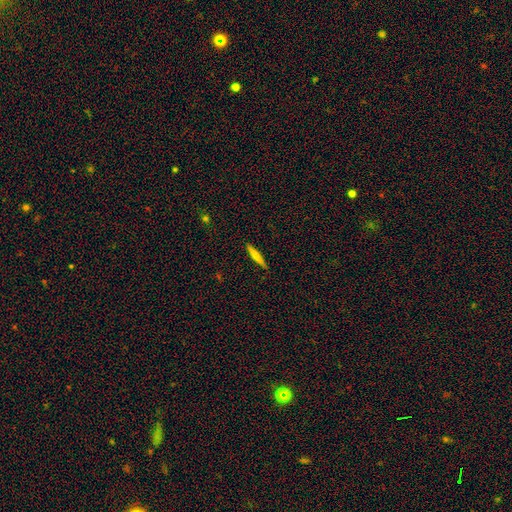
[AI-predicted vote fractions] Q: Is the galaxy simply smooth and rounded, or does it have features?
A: smooth — 65%.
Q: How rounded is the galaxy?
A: cigar-shaped — 93%.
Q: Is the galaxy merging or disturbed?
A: none — 89%.